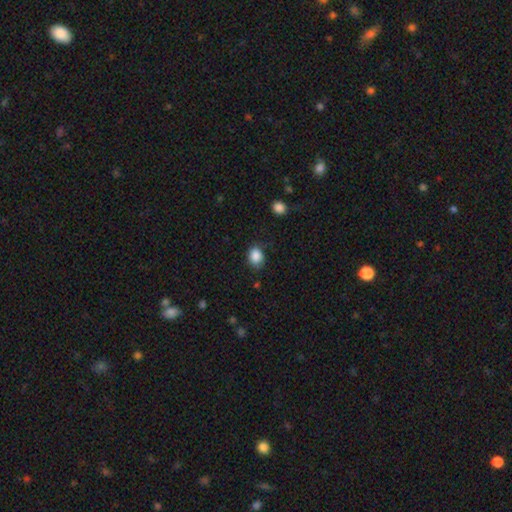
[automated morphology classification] Smooth or featured?
  - smooth: 87% *
  - star or artifact: 9%
  - featured or disk: 4%
How rounded?
  - round: 51% *
  - in between: 48%
  - cigar-shaped: 1%
Merging?
  - none: 72% *
  - minor disturbance: 21%
  - major disturbance: 5%
  - merger: 2%